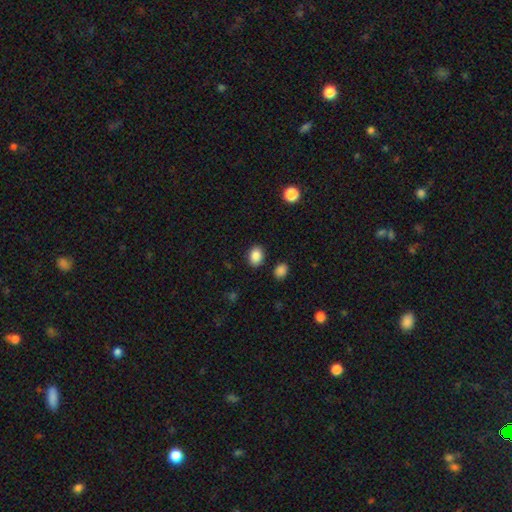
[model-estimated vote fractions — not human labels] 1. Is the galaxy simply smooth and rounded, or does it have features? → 87% smooth, 9% star or artifact, 4% featured or disk.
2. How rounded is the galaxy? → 66% in between, 33% round, 1% cigar-shaped.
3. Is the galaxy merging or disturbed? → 86% none, 9% minor disturbance, 3% merger, 2% major disturbance.